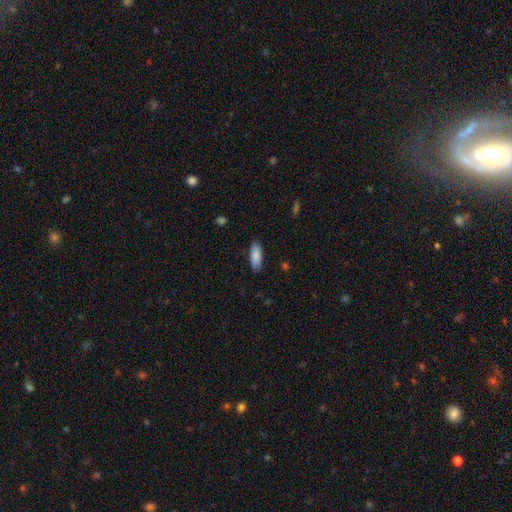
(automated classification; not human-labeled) A smooth galaxy with no disk features (88%) that is in between round and cigar-shaped (74%).

Vote fractions:
- Smooth or featured? smooth: 88% / featured or disk: 6% / star or artifact: 6%
- How rounded? in between: 74% / cigar-shaped: 24% / round: 2%
- Merging? none: 86% / minor disturbance: 11% / major disturbance: 2% / merger: 1%